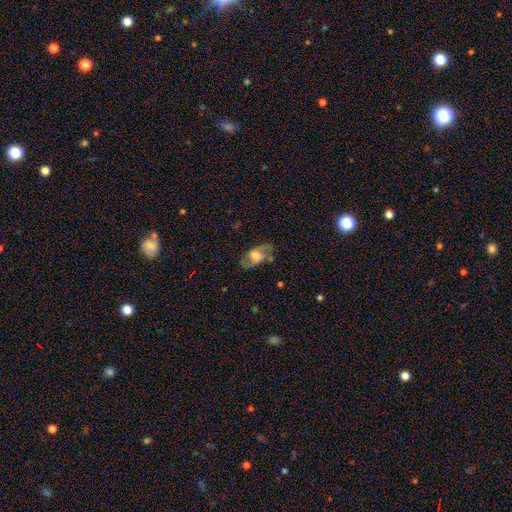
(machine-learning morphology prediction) Smooth or featured: featured or disk — 54% (smooth — 37%)
Edge-on disk: no — 90% (yes — 10%)
Merging: none — 67% (minor disturbance — 20%)